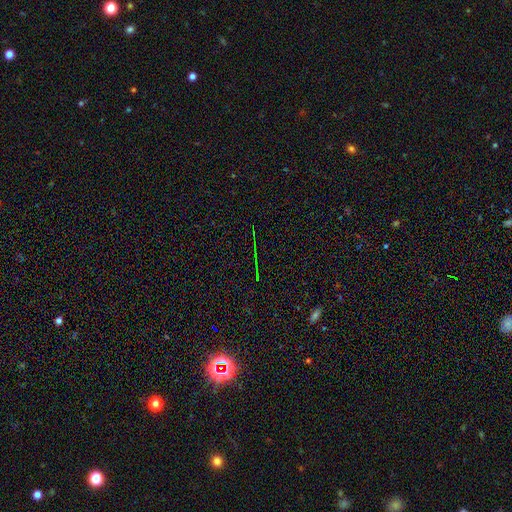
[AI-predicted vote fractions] Morphology: type=star or artifact (77%).